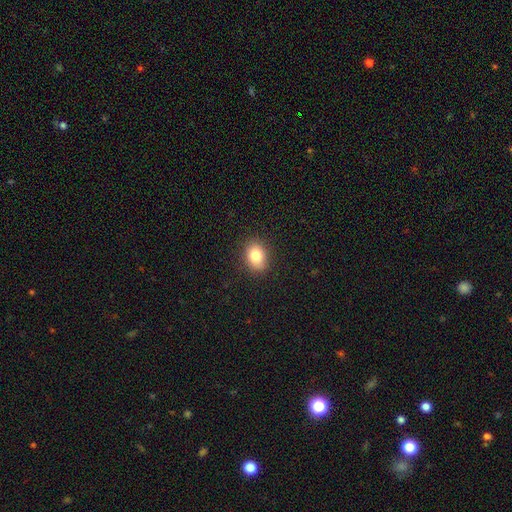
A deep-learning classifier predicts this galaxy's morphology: smooth-or-featured: smooth: 84% | star or artifact: 9% | featured or disk: 8%
  how-rounded: in between: 71% | round: 28% | cigar-shaped: 1%
  merging: none: 87% | minor disturbance: 9% | major disturbance: 2% | merger: 1%